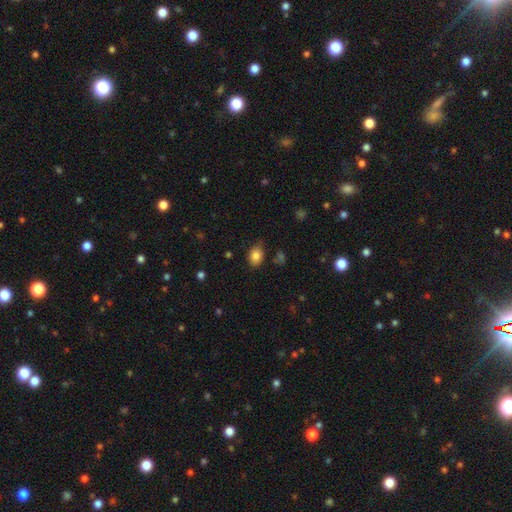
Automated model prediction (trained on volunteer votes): This appears to be a smooth galaxy with no disk features (83%) that is in between round and cigar-shaped (67%). Merging: none (77%).